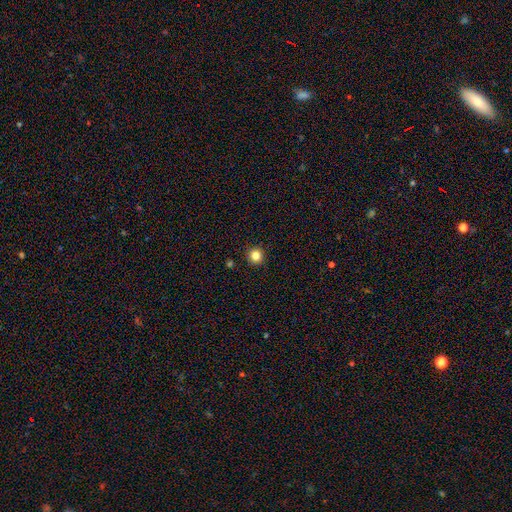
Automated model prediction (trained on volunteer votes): Smooth or featured?
  - smooth: 83% *
  - star or artifact: 12%
  - featured or disk: 5%
How rounded?
  - round: 95% *
  - in between: 4%
  - cigar-shaped: 1%
Merging?
  - none: 93% *
  - minor disturbance: 4%
  - major disturbance: 1%
  - merger: 1%